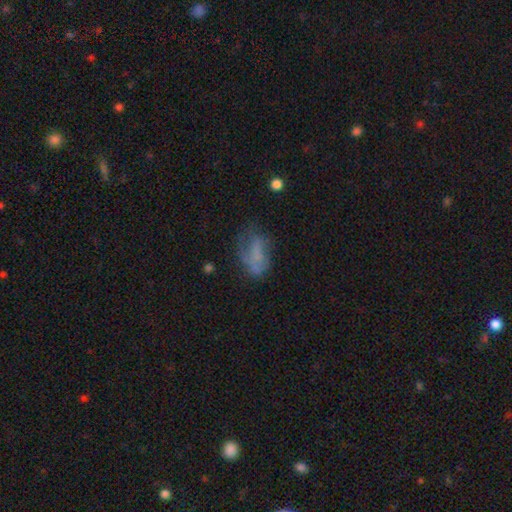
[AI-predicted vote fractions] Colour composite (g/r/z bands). It shows a smooth galaxy with no disk features (52%) that is in between round and cigar-shaped (85%). Merging: none (38%).